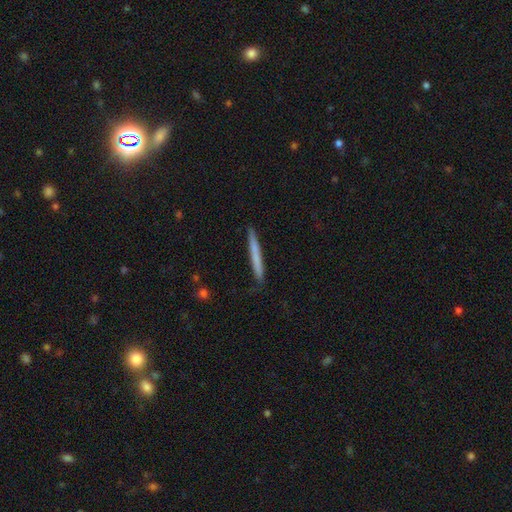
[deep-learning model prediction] A smooth galaxy with no disk features (64%) that is cigar-shaped (97%). Merging: none (88%).